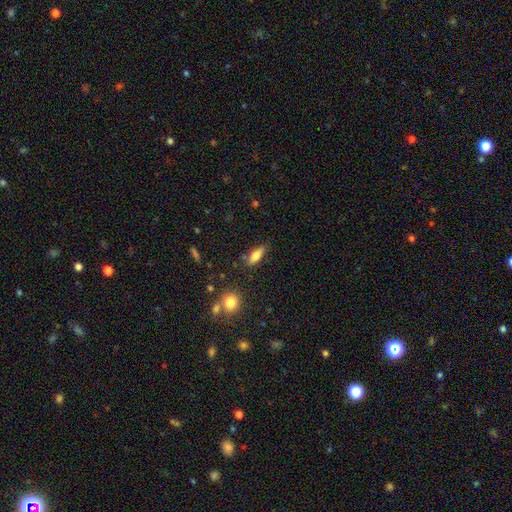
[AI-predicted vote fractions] smooth_or_featured: smooth (p=0.76) [alt: featured or disk p=0.16]
how_rounded: in between (p=0.71) [alt: cigar-shaped p=0.26]
merging: none (p=0.75) [alt: minor disturbance p=0.16]